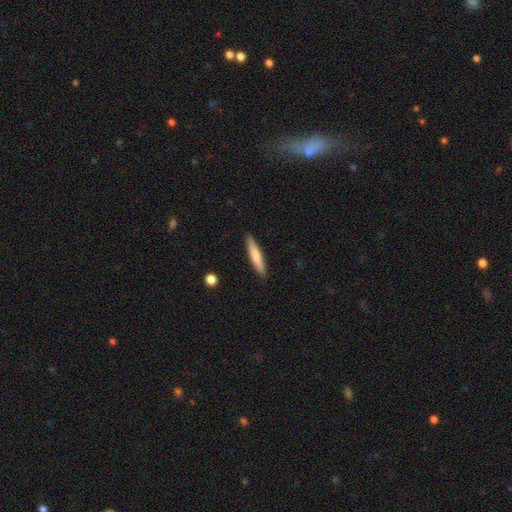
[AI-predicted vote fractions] This is likely a smooth galaxy (73%). How rounded: clearly cigar-shaped (90%). Merging: clearly none (89%).